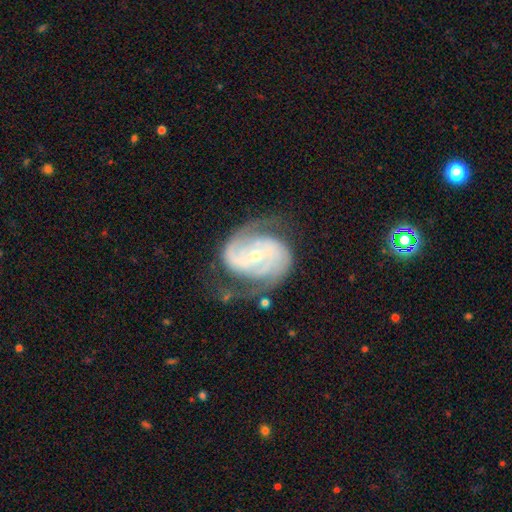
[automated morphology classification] smooth-or-featured: featured or disk: 90% | smooth: 5% | star or artifact: 5%
  disk-edge-on: no: 98% | yes: 2%
    bar: no: 43% | weak: 36% | strong: 21%
    has-spiral-arms: yes: 97% | no: 3%
      spiral-winding: medium: 47% | tight: 40% | loose: 13%
      spiral-arm-count: 2: 85% | 3: 5% | can't tell: 5% | 1: 2% | 4: 2% | more than 4: 2%
    bulge-size: small: 61% | moderate: 35% | large: 2% | none: 1% | dominant: 1%
  merging: none: 68% | minor disturbance: 18% | major disturbance: 12% | merger: 2%